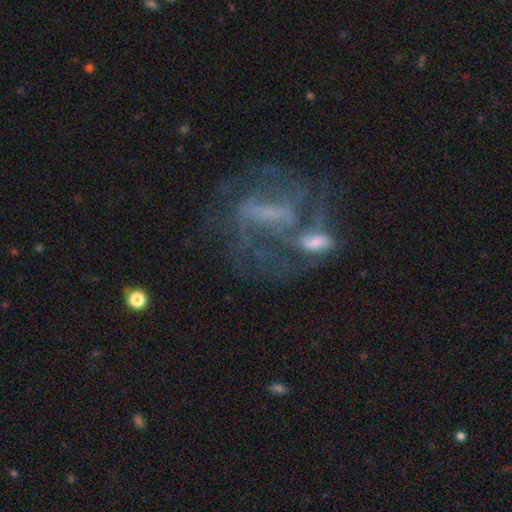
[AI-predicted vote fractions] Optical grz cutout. It shows a featured or disk galaxy (72%) with a strong bar (50%), spiral arms (70%) and no central bulge (47%). Merging: none (39%).